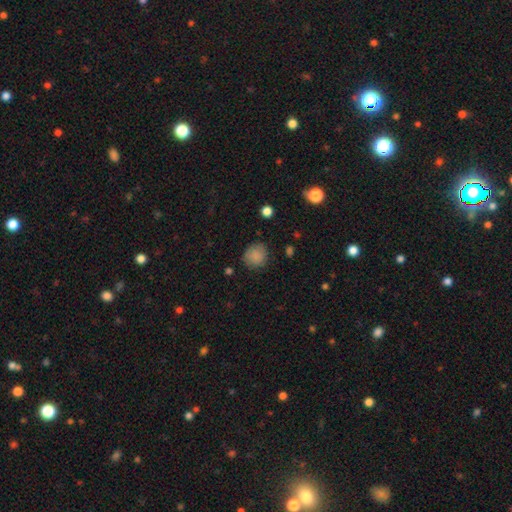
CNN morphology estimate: Q: Smooth or featured?
A: smooth (86%); runner-up: star or artifact (9%)
Q: How rounded?
A: round (85%); runner-up: in between (14%)
Q: Merging?
A: none (81%); runner-up: minor disturbance (14%)